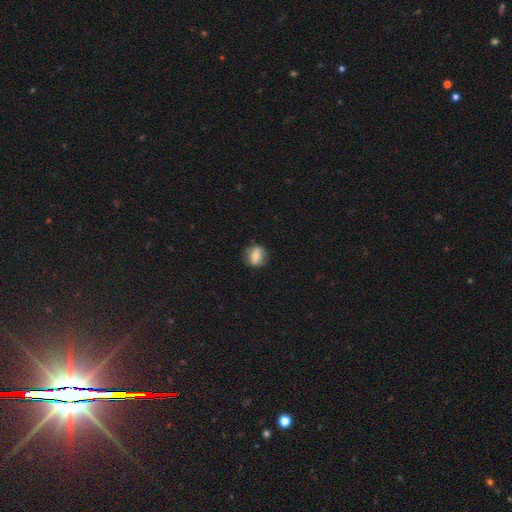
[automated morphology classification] A smooth galaxy with no disk features (65%) that is round (68%).

Vote fractions:
- Smooth or featured? smooth: 65% / featured or disk: 26% / star or artifact: 9%
- How rounded? round: 68% / in between: 30% / cigar-shaped: 2%
- Merging? none: 80% / minor disturbance: 15% / major disturbance: 4% / merger: 1%